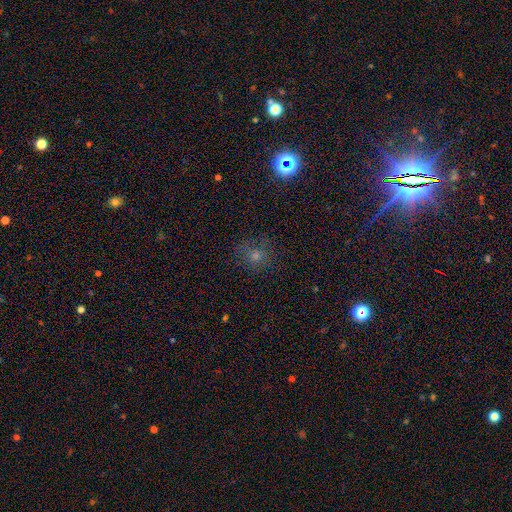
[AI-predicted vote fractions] A smooth galaxy with no disk features (64%) that is round (80%). Merging: none (75%).